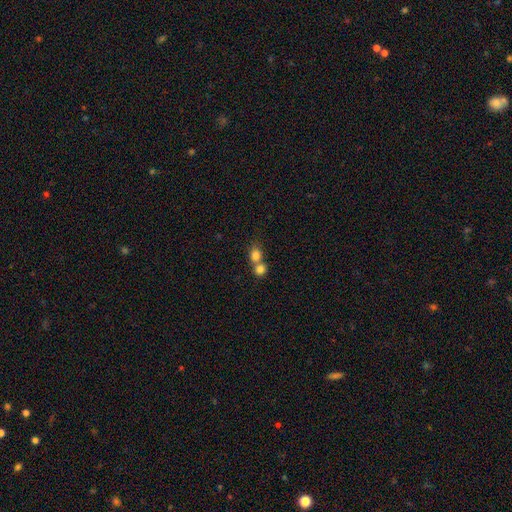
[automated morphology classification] Smooth or featured?
  - smooth: 80% *
  - star or artifact: 10%
  - featured or disk: 9%
How rounded?
  - round: 74% *
  - in between: 25%
  - cigar-shaped: 1%
Merging?
  - merger: 60% *
  - none: 33%
  - minor disturbance: 5%
  - major disturbance: 2%